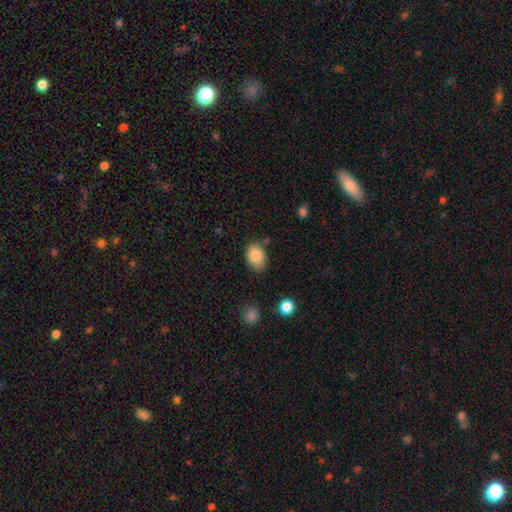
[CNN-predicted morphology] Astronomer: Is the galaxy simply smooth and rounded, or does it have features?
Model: smooth — 85%.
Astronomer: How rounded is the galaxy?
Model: in between — 77%.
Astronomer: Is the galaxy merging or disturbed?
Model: none — 77%.